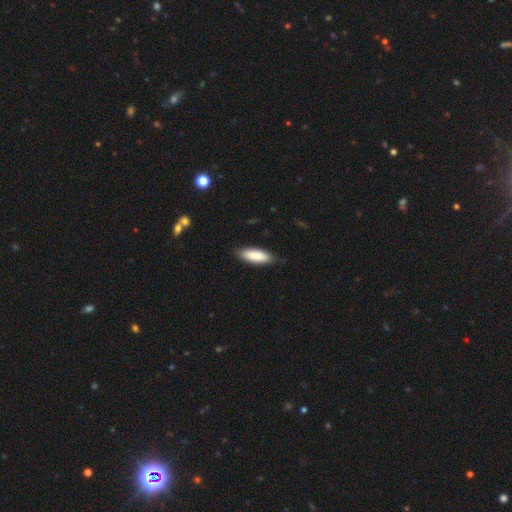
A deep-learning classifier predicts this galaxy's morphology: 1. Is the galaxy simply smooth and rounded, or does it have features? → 87% smooth, 8% featured or disk, 5% star or artifact.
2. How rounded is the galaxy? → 64% in between, 35% cigar-shaped, 2% round.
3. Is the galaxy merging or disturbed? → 81% none, 15% minor disturbance, 3% major disturbance, 1% merger.